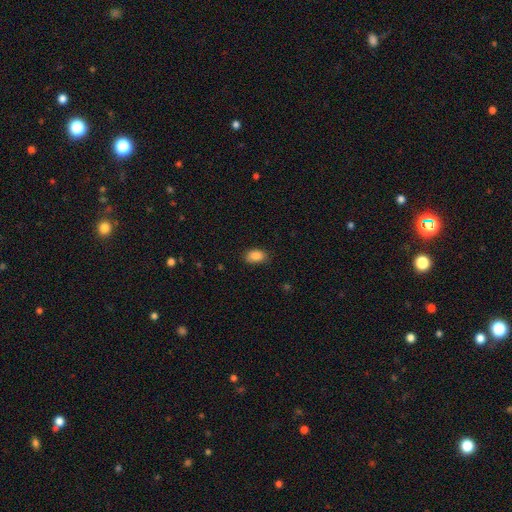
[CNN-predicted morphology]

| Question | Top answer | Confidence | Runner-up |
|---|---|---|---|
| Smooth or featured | smooth | 87% | star or artifact (8%) |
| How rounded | in between | 88% | round (11%) |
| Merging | none | 80% | minor disturbance (16%) |